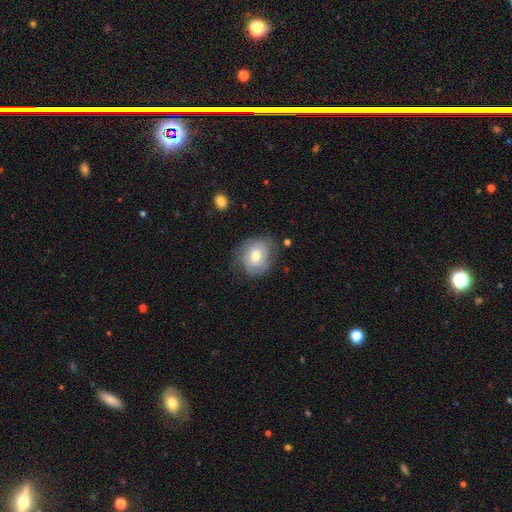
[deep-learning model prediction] smooth_or_featured: featured or disk (p=0.48) [alt: smooth p=0.44]
merging: none (p=0.64) [alt: minor disturbance p=0.24]